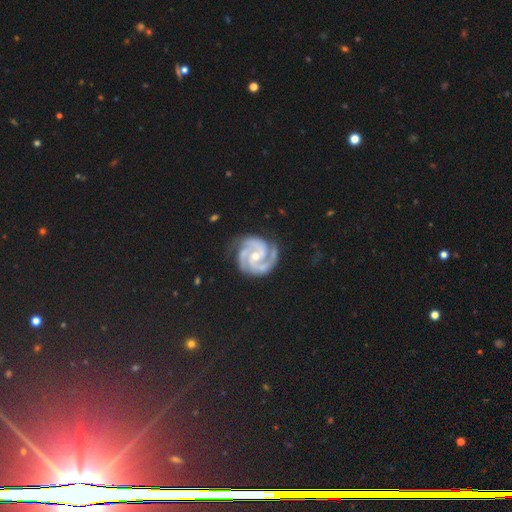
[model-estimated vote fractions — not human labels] Smooth or featured? featured or disk (94%)
Edge-on disk? no (98%)
Bar? no (56%)
Spiral arms? yes (99%)
Spiral winding? tight (63%)
Spiral arm count? 3 (58%)
Bulge size? moderate (53%)
Merging? none (77%)